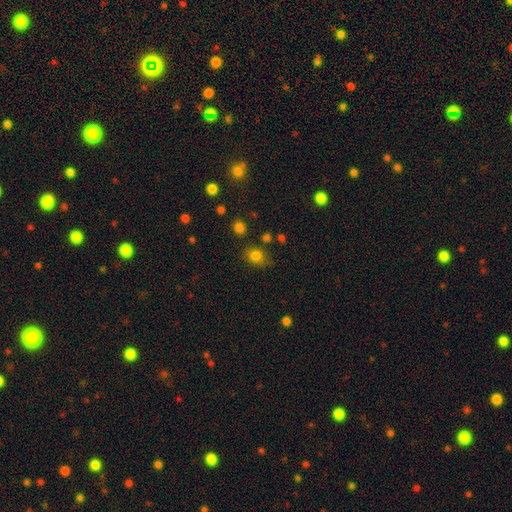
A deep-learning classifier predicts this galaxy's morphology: The model was most divided on "how rounded": round: 54%, in between: 45%, cigar-shaped: 1%. More confident: smooth or featured — smooth (79%); merging — none (70%).